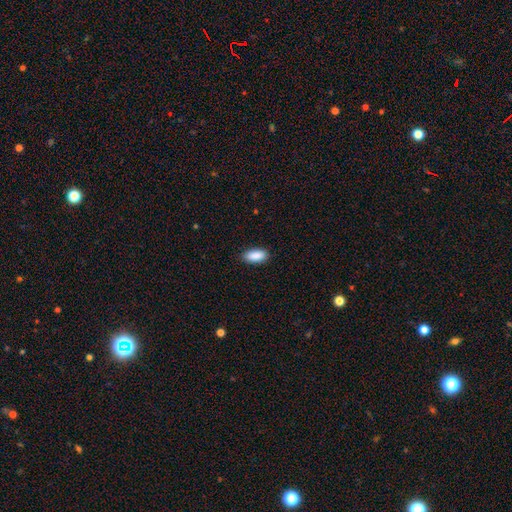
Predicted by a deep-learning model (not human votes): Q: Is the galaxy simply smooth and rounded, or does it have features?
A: smooth — 90%.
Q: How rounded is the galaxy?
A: in between — 89%.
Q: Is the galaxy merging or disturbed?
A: none — 89%.